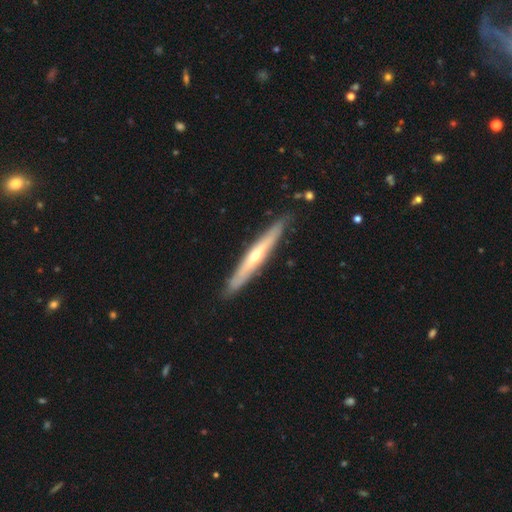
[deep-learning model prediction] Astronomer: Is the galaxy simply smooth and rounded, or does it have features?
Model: featured or disk — 69%.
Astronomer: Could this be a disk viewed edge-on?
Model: yes — 91%.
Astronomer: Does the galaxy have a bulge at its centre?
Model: rounded — 80%.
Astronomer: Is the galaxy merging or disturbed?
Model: none — 88%.